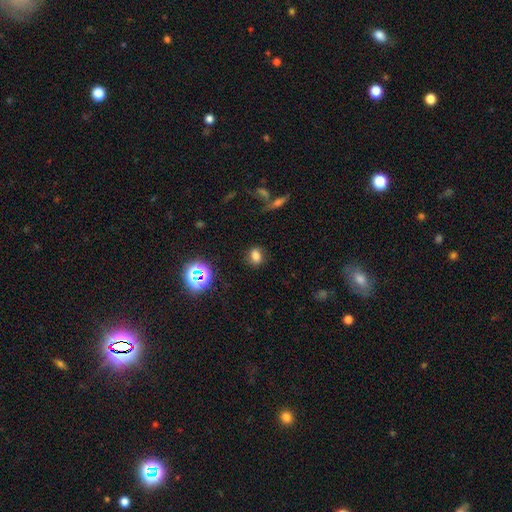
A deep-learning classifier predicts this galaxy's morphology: type=smooth (73%); roundness=in between (61%); merging=none (84%).